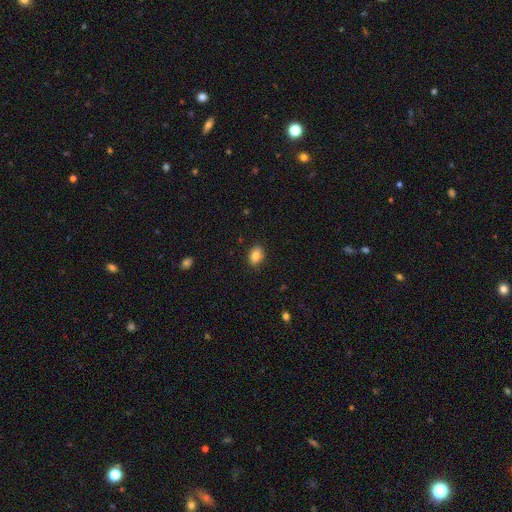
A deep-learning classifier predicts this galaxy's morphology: This is clearly a smooth galaxy (83%). How rounded: likely in between (76%). Merging: clearly none (88%).